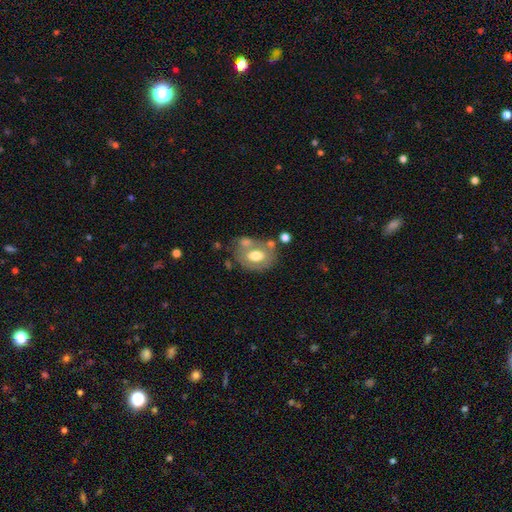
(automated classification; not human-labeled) A smooth galaxy with no disk features (54%) that is in between round and cigar-shaped (68%). Merging: none (49%).